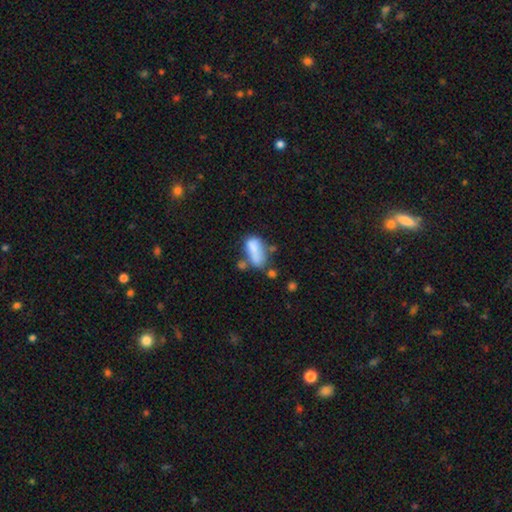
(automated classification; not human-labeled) Smooth or featured? Predicted: smooth (p=0.71). How rounded? Predicted: in between (p=0.83). Merging? Predicted: merger (p=0.32).